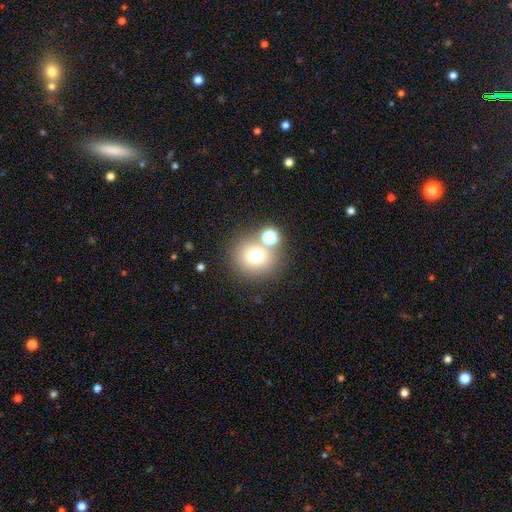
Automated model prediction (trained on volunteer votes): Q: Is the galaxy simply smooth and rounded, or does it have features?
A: smooth — 72%.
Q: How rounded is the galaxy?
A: round — 86%.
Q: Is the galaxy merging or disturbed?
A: none — 68%.